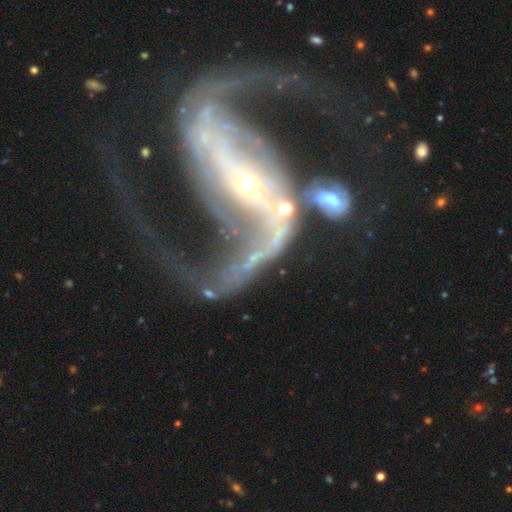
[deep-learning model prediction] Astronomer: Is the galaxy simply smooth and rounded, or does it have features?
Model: featured or disk — 93%.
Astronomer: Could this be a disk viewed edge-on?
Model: no — 97%.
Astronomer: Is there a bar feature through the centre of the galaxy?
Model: strong — 69%.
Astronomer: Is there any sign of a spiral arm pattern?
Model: yes — 97%.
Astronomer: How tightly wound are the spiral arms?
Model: loose — 55% (runner-up: medium, 35%).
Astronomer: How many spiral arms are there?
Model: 2 — 93%.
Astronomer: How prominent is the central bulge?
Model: small — 80%.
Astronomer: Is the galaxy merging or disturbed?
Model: none — 50%.